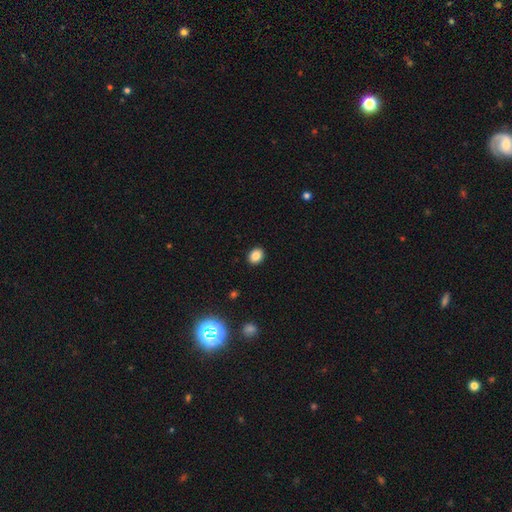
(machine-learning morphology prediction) Smooth or featured? smooth (85%)
How rounded? in between (53%)
Merging? none (91%)